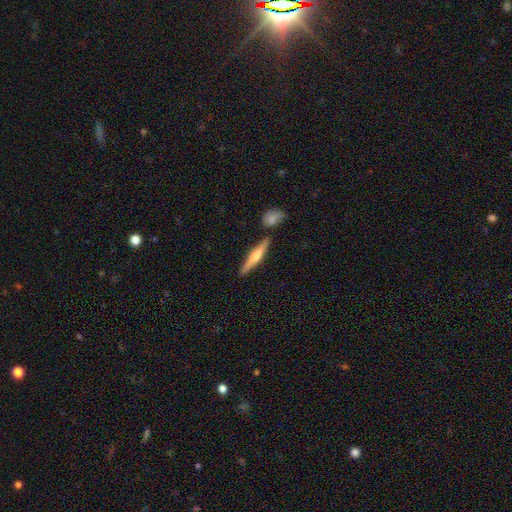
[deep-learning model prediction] This is possibly a featured or disk galaxy (57%). It is clearly viewed edge-on (97%). Edge-on bulge: clearly rounded (84%). Merging: clearly none (83%).